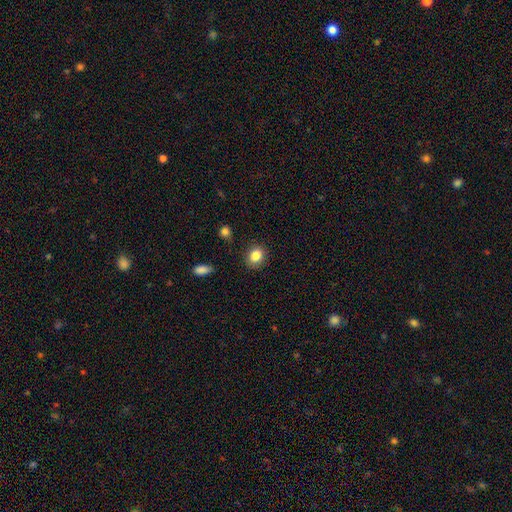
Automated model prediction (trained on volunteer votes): The model was most divided on "how rounded": round: 59%, in between: 40%, cigar-shaped: 1%. More confident: merging — none (87%); smooth or featured — smooth (85%).